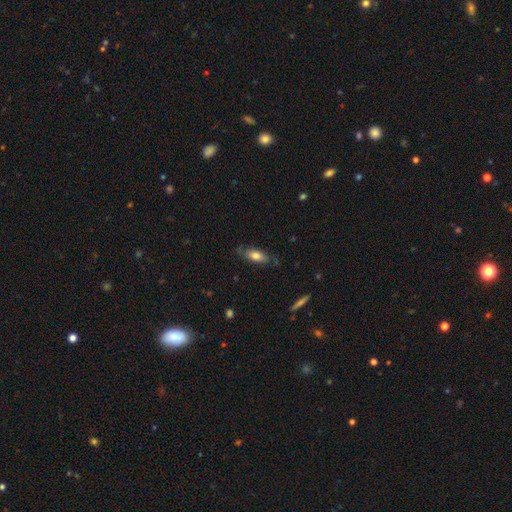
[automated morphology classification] smooth-or-featured: smooth: 65% | featured or disk: 28% | star or artifact: 7%
  how-rounded: in between: 73% | cigar-shaped: 24% | round: 3%
  merging: none: 70% | minor disturbance: 22% | major disturbance: 6% | merger: 2%